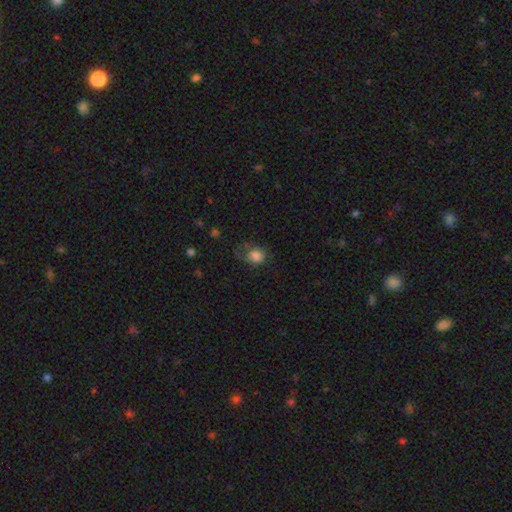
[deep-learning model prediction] This appears to be a smooth galaxy with no disk features (79%) that is round (58%). Merging: none (43%).